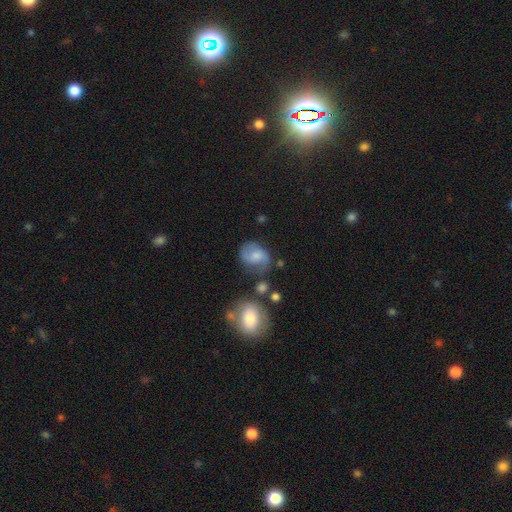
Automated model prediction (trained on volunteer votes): featured or disk 47%, smooth 44%, star or artifact 9%. Down the decision tree: merging — none (57%).